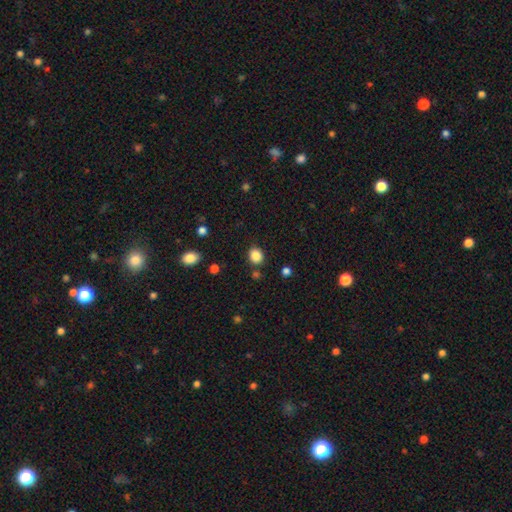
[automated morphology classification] smooth_or_featured: smooth (p=0.86) [alt: star or artifact p=0.11]
how_rounded: round (p=0.66) [alt: in between p=0.33]
merging: none (p=0.82) [alt: minor disturbance p=0.11]